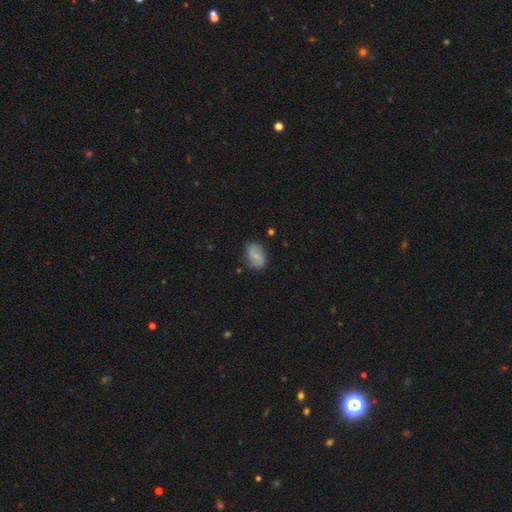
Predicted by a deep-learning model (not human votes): Overall: smooth (52%; featured or disk 39%). How rounded: in between (74%). Merging: none (69%).